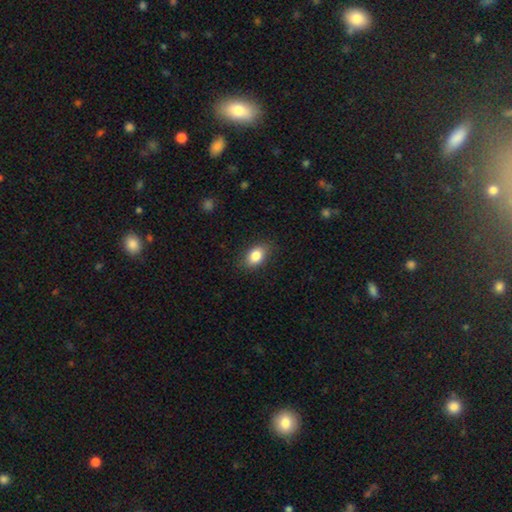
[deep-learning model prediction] Smooth or featured?
  - smooth: 83% *
  - star or artifact: 8%
  - featured or disk: 8%
How rounded?
  - in between: 81% *
  - round: 17%
  - cigar-shaped: 2%
Merging?
  - none: 84% *
  - minor disturbance: 12%
  - major disturbance: 3%
  - merger: 1%